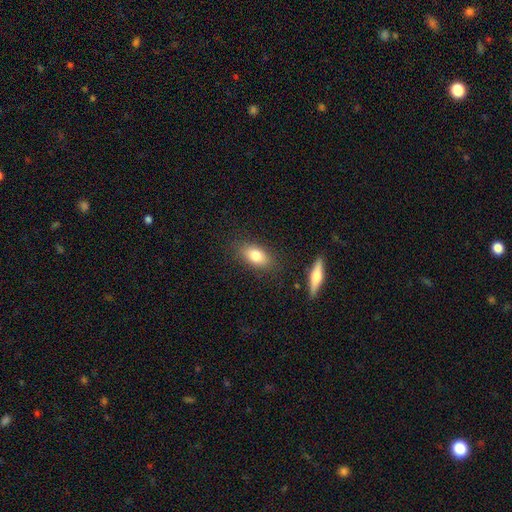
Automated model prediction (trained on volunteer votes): Smooth or featured?
  - smooth: 79% *
  - featured or disk: 13%
  - star or artifact: 8%
How rounded?
  - in between: 85% *
  - round: 8%
  - cigar-shaped: 7%
Merging?
  - none: 81% *
  - minor disturbance: 12%
  - major disturbance: 4%
  - merger: 3%